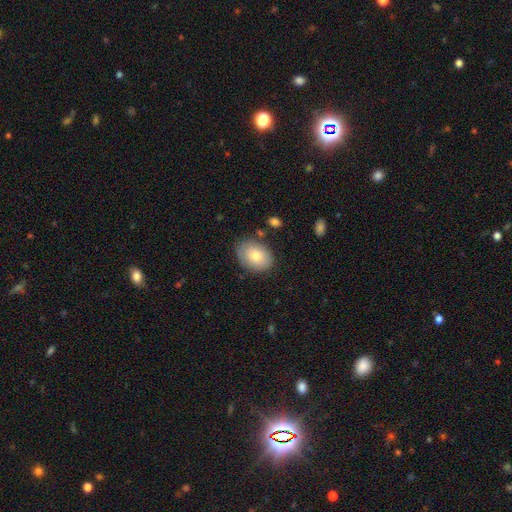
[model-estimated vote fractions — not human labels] Smooth or featured?
  - smooth: 76% *
  - featured or disk: 16%
  - star or artifact: 7%
How rounded?
  - in between: 69% *
  - round: 31%
  - cigar-shaped: 1%
Merging?
  - none: 78% *
  - minor disturbance: 16%
  - major disturbance: 4%
  - merger: 3%